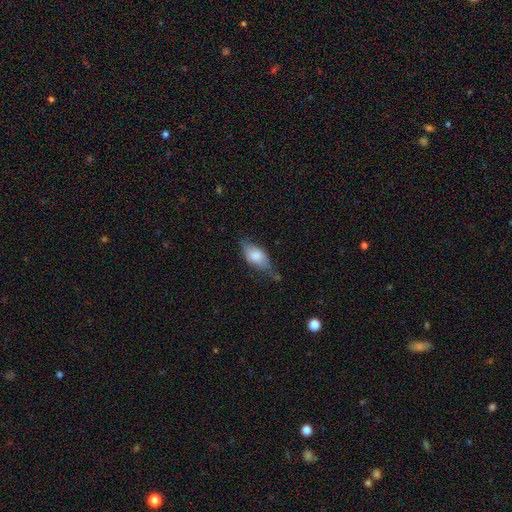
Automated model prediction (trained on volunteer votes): Q: Smooth or featured?
A: smooth (71%); runner-up: featured or disk (23%)
Q: How rounded?
A: in between (86%); runner-up: cigar-shaped (10%)
Q: Merging?
A: none (52%); runner-up: minor disturbance (34%)